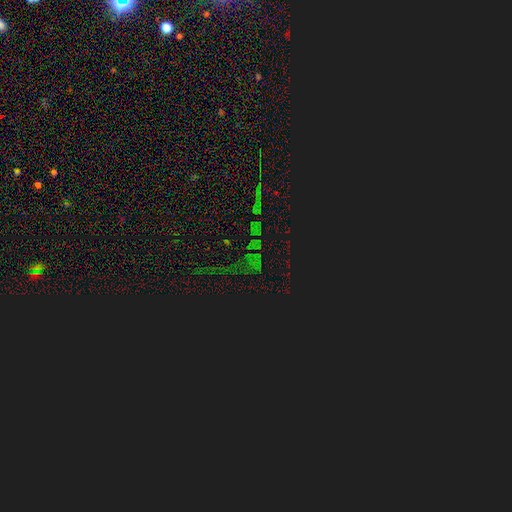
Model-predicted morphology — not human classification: smooth_or_featured: star or artifact (p=0.83) [alt: smooth p=0.10]